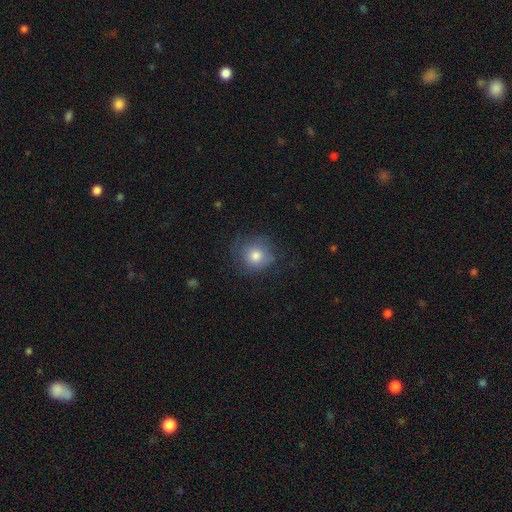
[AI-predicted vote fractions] Q: Smooth or featured?
A: smooth (74%); runner-up: featured or disk (16%)
Q: How rounded?
A: round (87%); runner-up: in between (12%)
Q: Merging?
A: none (68%); runner-up: minor disturbance (20%)